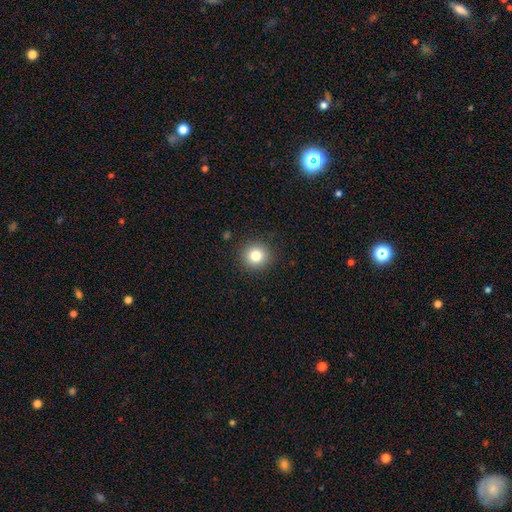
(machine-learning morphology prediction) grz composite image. It shows a smooth galaxy with no disk features (81%) that is round (94%). Merging: none (91%).